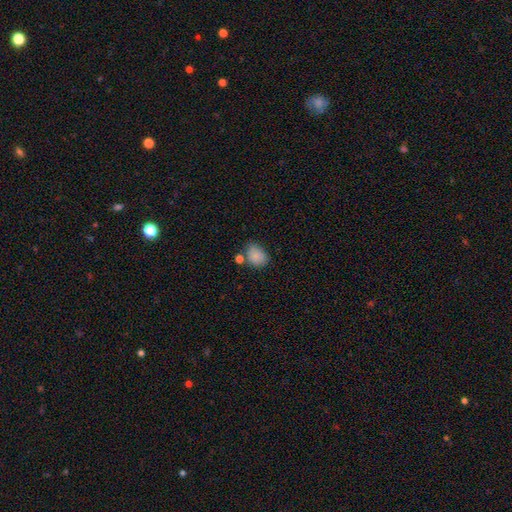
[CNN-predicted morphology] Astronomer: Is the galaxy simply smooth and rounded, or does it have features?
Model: smooth — 84%.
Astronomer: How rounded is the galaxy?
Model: in between — 65%.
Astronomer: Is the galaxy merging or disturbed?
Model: none — 61%.